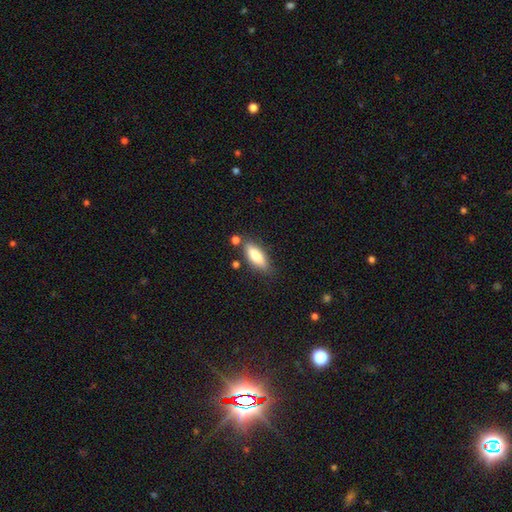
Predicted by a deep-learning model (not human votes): Smooth or featured?
  - smooth: 79% *
  - featured or disk: 15%
  - star or artifact: 7%
How rounded?
  - in between: 65% *
  - cigar-shaped: 33%
  - round: 2%
Merging?
  - none: 71% *
  - minor disturbance: 16%
  - merger: 9%
  - major disturbance: 4%